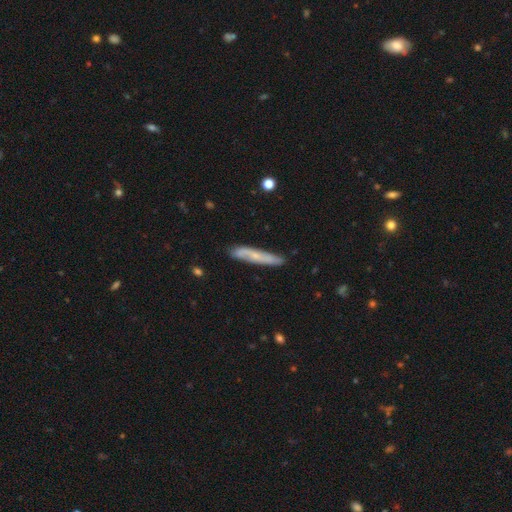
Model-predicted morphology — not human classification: Q: Smooth or featured?
A: featured or disk (47%); runner-up: smooth (46%)
Q: Merging?
A: none (81%); runner-up: minor disturbance (14%)